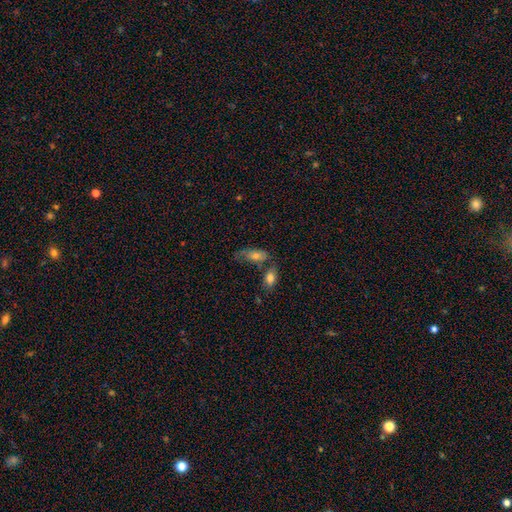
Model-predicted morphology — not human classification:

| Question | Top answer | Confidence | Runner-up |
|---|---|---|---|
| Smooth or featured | smooth | 62% | featured or disk (27%) |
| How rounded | in between | 82% | cigar-shaped (13%) |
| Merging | none | 41% | merger (27%) |